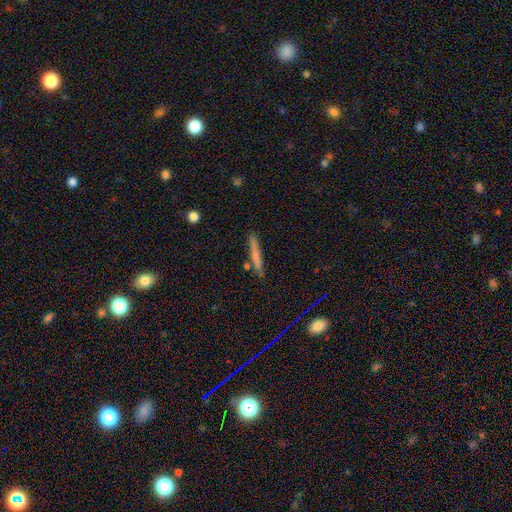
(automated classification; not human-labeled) Smooth or featured? smooth (70%)
How rounded? cigar-shaped (95%)
Merging? none (83%)